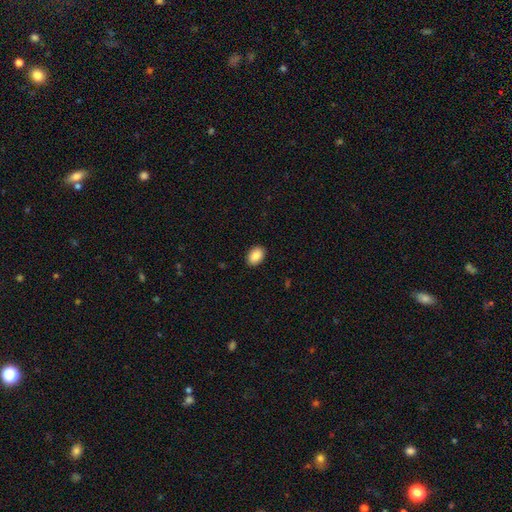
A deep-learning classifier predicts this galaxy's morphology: A smooth galaxy with no disk features (88%) that is in between round and cigar-shaped (83%).

Vote fractions:
- Smooth or featured? smooth: 88% / star or artifact: 7% / featured or disk: 5%
- How rounded? in between: 83% / round: 16% / cigar-shaped: 1%
- Merging? none: 90% / minor disturbance: 7% / major disturbance: 2% / merger: 1%